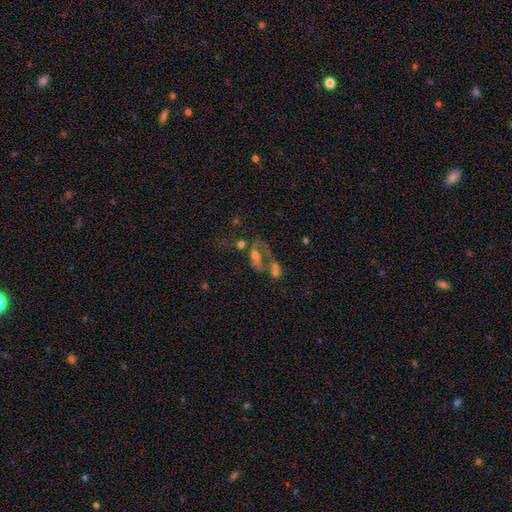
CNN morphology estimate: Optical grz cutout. It shows a featured or disk galaxy (56%) with no bar (73%), no spiral arms (56%) and a moderate central bulge (35%). Merging: merger (47%).